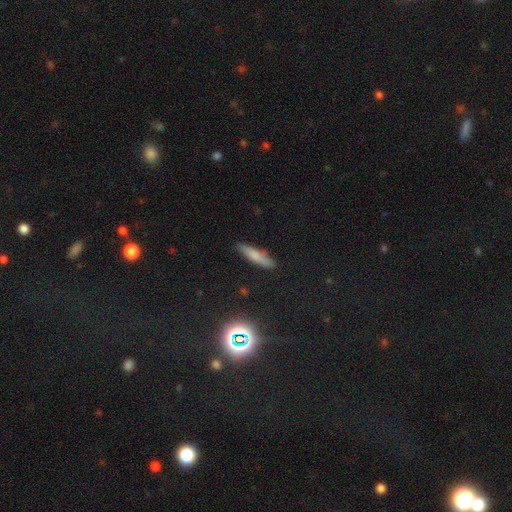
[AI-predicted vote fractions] A smooth galaxy with no disk features (71%) that is cigar-shaped (79%).

Vote fractions:
- Smooth or featured? smooth: 71% / featured or disk: 17% / star or artifact: 12%
- How rounded? cigar-shaped: 79% / in between: 19% / round: 2%
- Merging? none: 82% / minor disturbance: 14% / major disturbance: 3% / merger: 2%